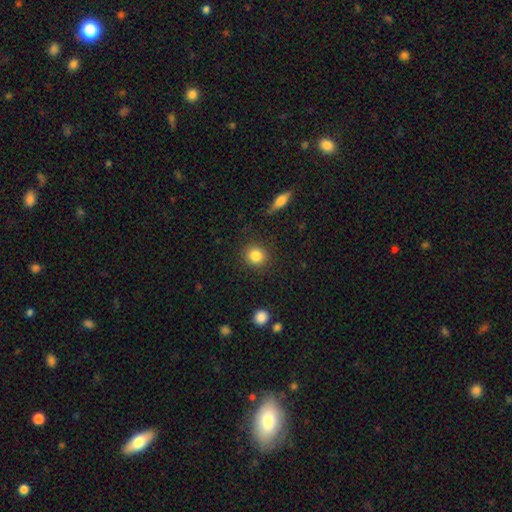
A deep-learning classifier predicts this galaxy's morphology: This appears to be a smooth galaxy with no disk features (85%) that is round (86%). Merging: none (88%).